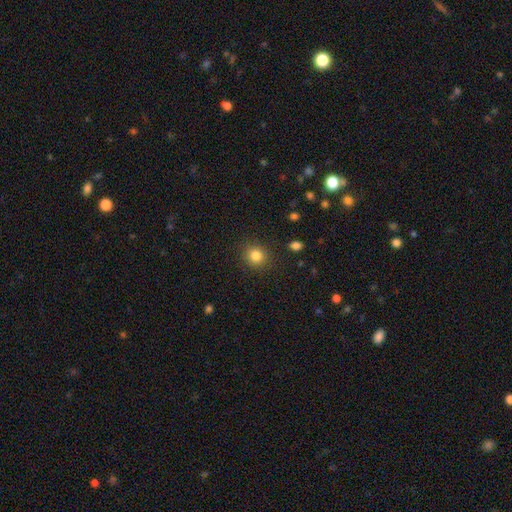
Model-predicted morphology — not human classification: Smooth or featured: smooth — 83% (star or artifact — 12%)
How rounded: round — 88% (in between — 11%)
Merging: none — 89% (minor disturbance — 7%)